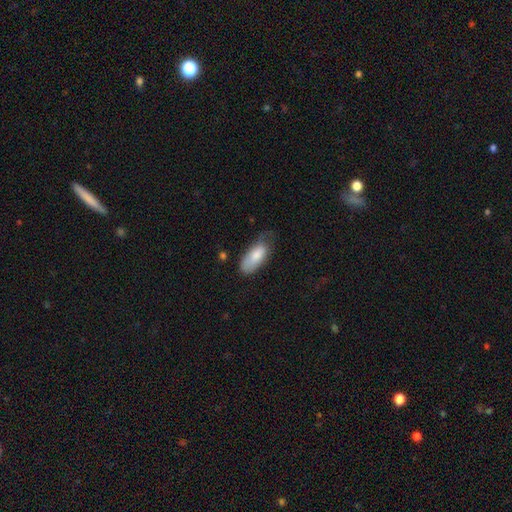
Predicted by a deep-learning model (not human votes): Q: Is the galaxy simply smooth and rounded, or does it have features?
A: smooth — 80%.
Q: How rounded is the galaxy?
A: in between — 85%.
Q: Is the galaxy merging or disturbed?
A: none — 44%.